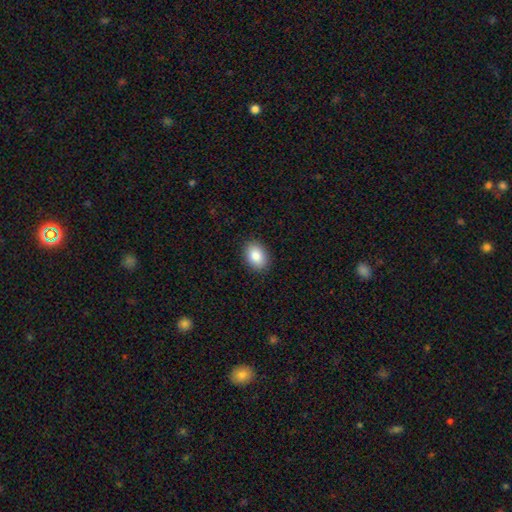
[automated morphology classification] smooth 87%, star or artifact 8%, featured or disk 6%. Down the decision tree: how rounded — in between (78%); merging — none (89%).